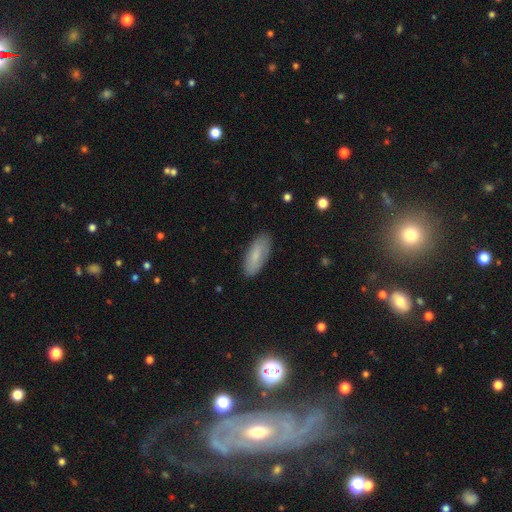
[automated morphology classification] A smooth galaxy with no disk features (80%) that is in between round and cigar-shaped (77%). Merging: none (84%).